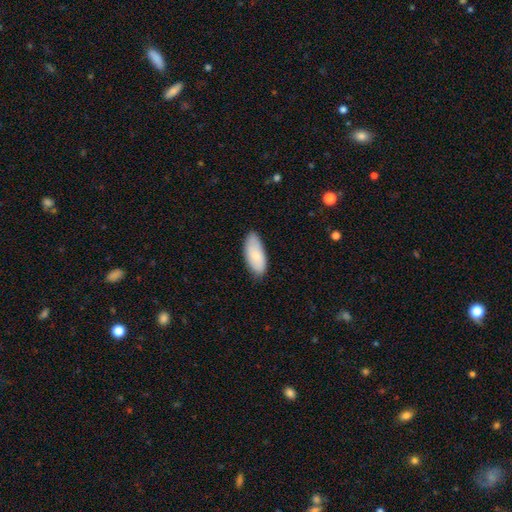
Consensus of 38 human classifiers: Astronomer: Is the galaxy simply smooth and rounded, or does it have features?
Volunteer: smooth — 84%.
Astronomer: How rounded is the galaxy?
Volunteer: in between — 88%.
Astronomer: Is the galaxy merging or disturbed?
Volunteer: none — 66%.